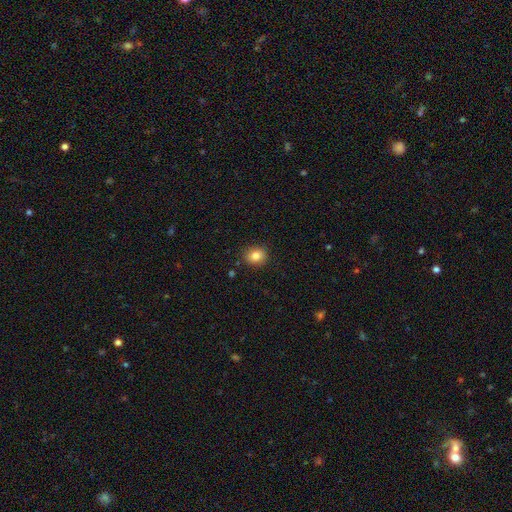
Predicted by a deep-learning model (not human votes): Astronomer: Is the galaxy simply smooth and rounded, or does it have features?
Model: smooth — 84%.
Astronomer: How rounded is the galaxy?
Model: round — 63%.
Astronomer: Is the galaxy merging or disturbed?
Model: none — 88%.